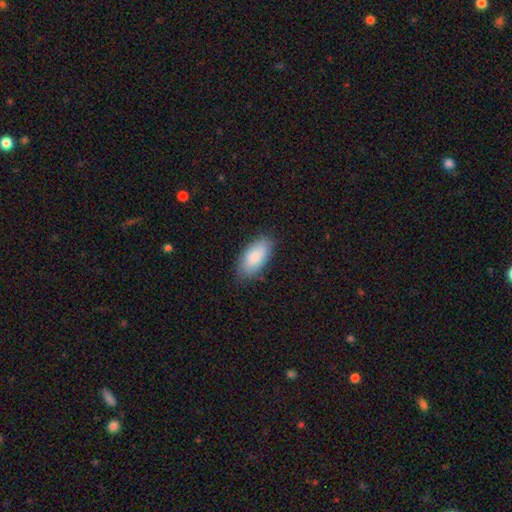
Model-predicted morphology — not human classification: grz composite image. It shows a smooth galaxy with no disk features (84%) that is in between round and cigar-shaped (93%). Merging: none (82%).